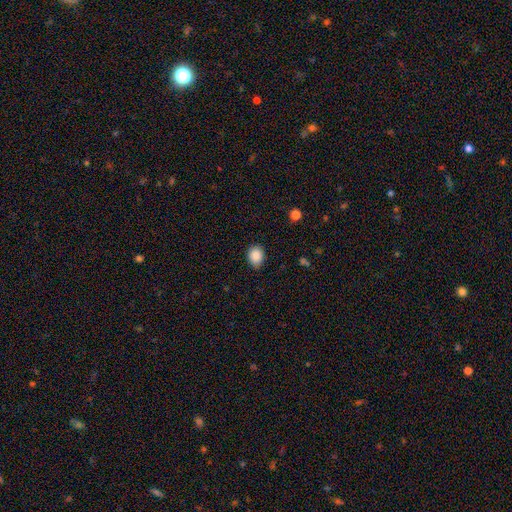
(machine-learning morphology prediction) Smooth or featured? Predicted: smooth (p=0.88). How rounded? Predicted: in between (p=0.54). Merging? Predicted: none (p=0.77).